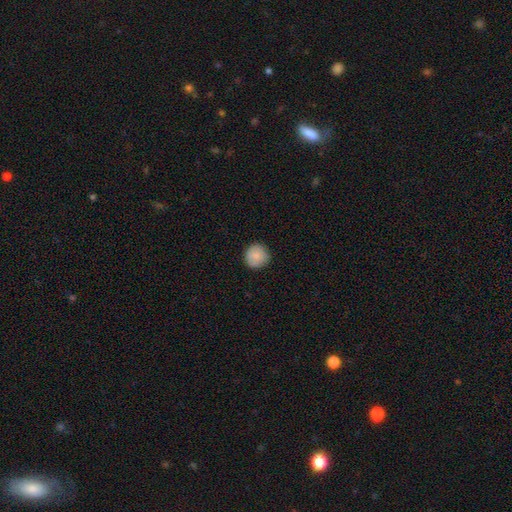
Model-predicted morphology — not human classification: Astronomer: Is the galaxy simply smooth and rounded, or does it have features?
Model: smooth — 87%.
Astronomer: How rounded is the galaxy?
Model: round — 94%.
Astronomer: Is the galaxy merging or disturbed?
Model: none — 88%.